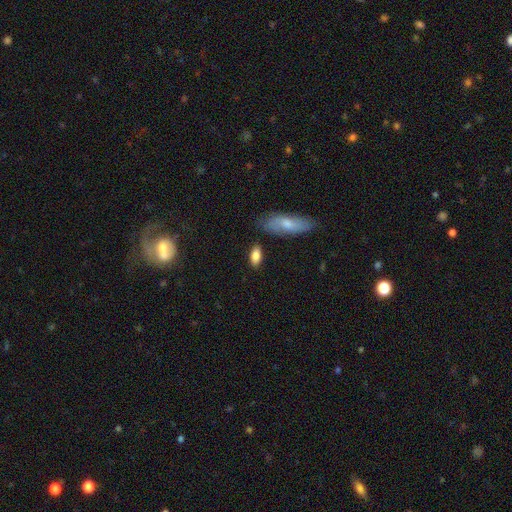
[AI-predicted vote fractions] This is clearly a smooth galaxy (82%). How rounded: clearly in between (84%). Merging: clearly none (80%).